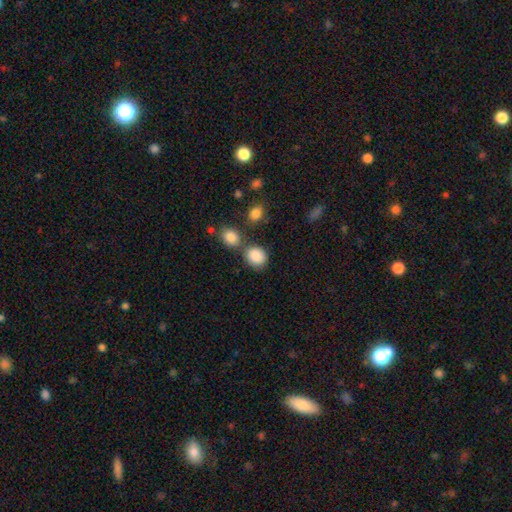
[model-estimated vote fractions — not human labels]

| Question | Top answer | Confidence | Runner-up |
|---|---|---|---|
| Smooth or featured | smooth | 87% | star or artifact (8%) |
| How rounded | round | 65% | in between (33%) |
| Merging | none | 61% | merger (22%) |